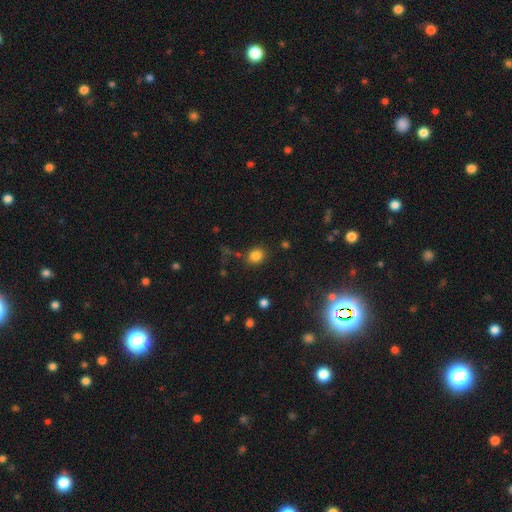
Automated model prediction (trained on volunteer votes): Q: Smooth or featured?
A: smooth (82%); runner-up: star or artifact (12%)
Q: How rounded?
A: round (67%); runner-up: in between (32%)
Q: Merging?
A: none (82%); runner-up: minor disturbance (11%)